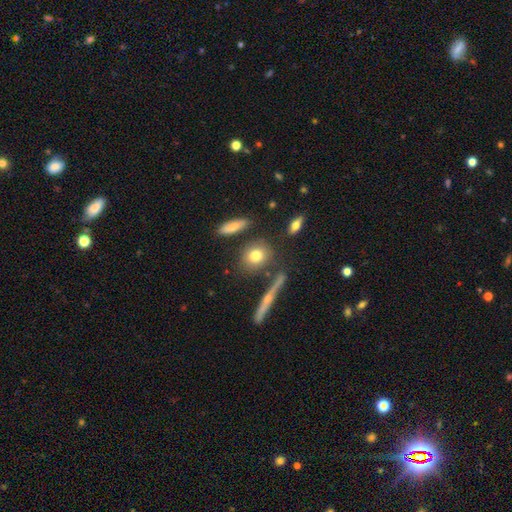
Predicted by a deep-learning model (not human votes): Smooth or featured: smooth — 74% (featured or disk — 15%)
How rounded: round — 71% (in between — 25%)
Merging: none — 78% (minor disturbance — 11%)